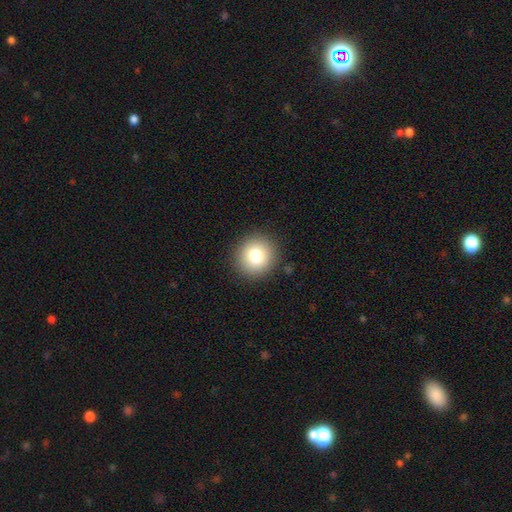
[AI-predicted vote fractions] A smooth galaxy with no disk features (80%) that is round (92%).

Vote fractions:
- Smooth or featured? smooth: 80% / star or artifact: 10% / featured or disk: 9%
- How rounded? round: 92% / in between: 7% / cigar-shaped: 1%
- Merging? none: 90% / minor disturbance: 6% / major disturbance: 2% / merger: 1%